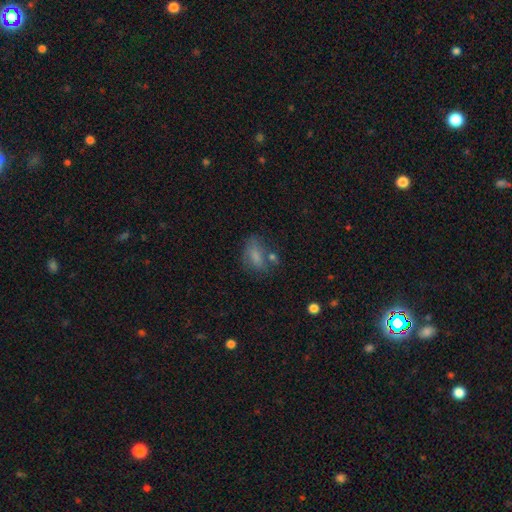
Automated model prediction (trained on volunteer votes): A smooth galaxy with no disk features (73%) that is in between round and cigar-shaped (81%). Merging: none (52%).